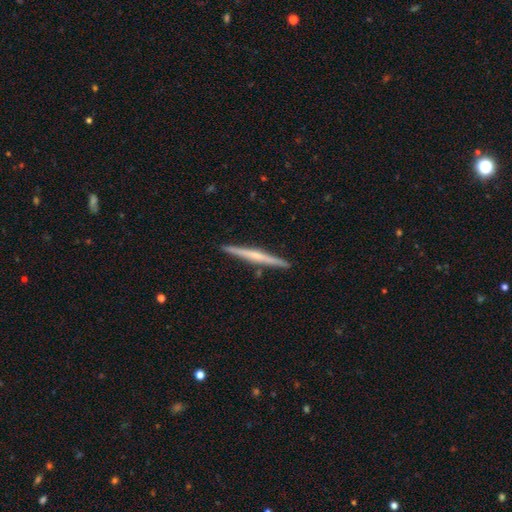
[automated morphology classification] Overall: featured or disk (64%; smooth 30%). Edge-on disk: yes (98%). Edge-on bulge: none (46%; rounded 45%). Merging: none (91%).